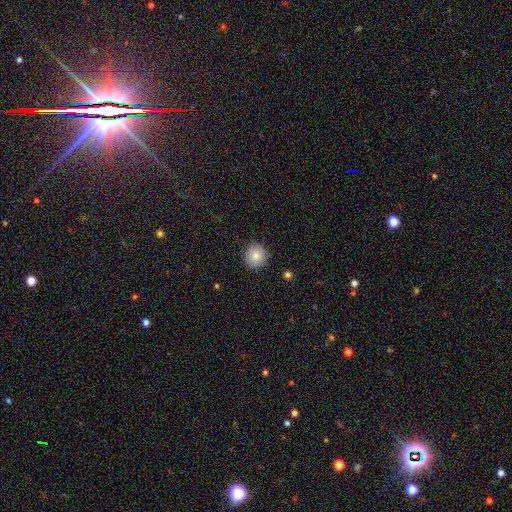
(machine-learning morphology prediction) This is clearly a smooth galaxy (84%). How rounded: clearly round (91%). Merging: clearly none (89%).